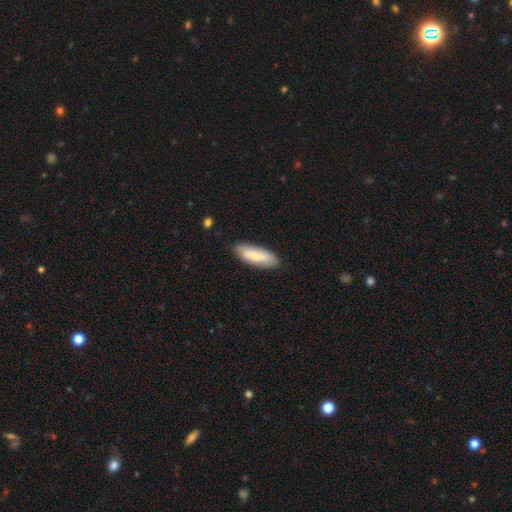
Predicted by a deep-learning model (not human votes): This is likely a smooth galaxy (71%). How rounded: likely in between (64%). Merging: clearly none (84%).